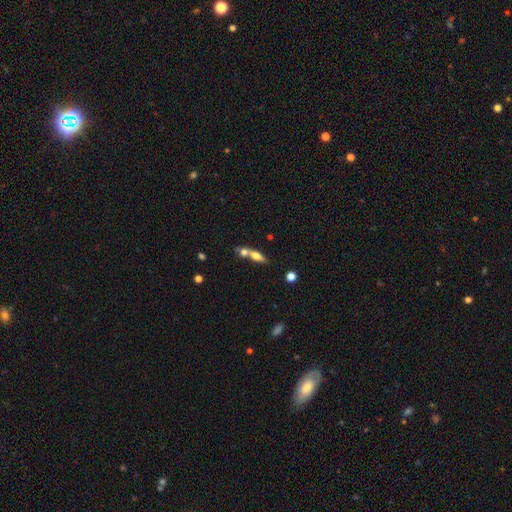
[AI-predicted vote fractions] This appears to be a smooth galaxy with no disk features (58%) that is in between round and cigar-shaped (50%). Merging: merger (50%).